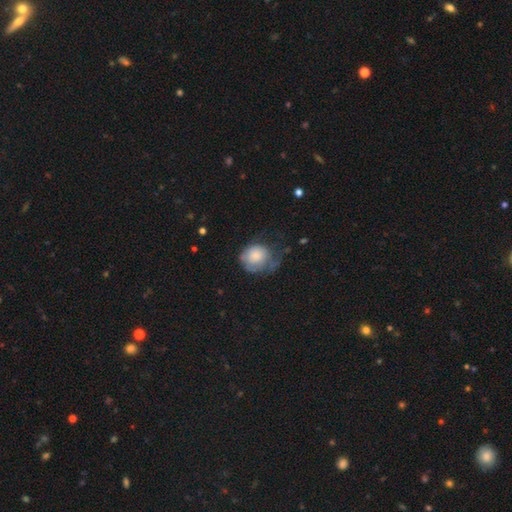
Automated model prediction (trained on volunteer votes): smooth_or_featured: smooth (p=0.66) [alt: featured or disk p=0.26]
how_rounded: round (p=0.77) [alt: in between p=0.22]
merging: minor disturbance (p=0.33) [alt: major disturbance p=0.32]